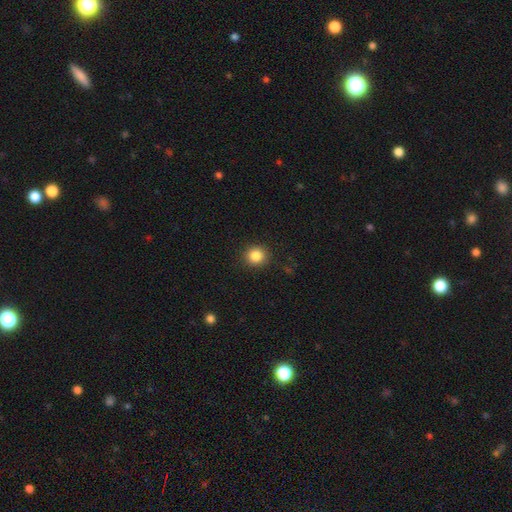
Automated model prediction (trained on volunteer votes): smooth_or_featured: smooth (p=0.85) [alt: star or artifact p=0.10]
how_rounded: round (p=0.89) [alt: in between p=0.10]
merging: none (p=0.90) [alt: minor disturbance p=0.07]